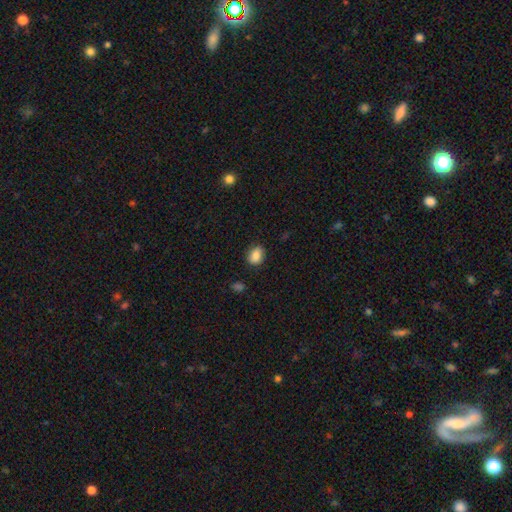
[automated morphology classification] smooth 86%, star or artifact 9%, featured or disk 6%. Down the decision tree: how rounded — in between (59%); merging — none (81%).